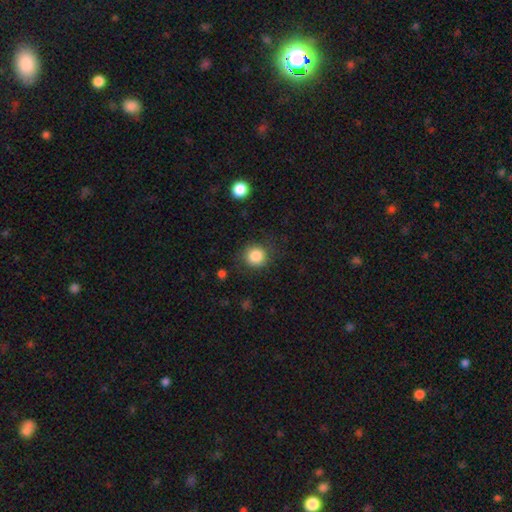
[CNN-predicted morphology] smooth-or-featured: smooth: 86% | star or artifact: 10% | featured or disk: 4%
  how-rounded: round: 89% | in between: 10% | cigar-shaped: 1%
  merging: none: 84% | minor disturbance: 11% | major disturbance: 4% | merger: 2%